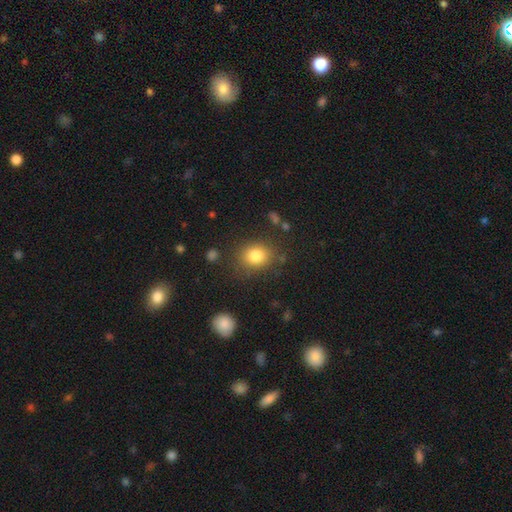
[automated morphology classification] type=smooth (82%); roundness=round (61%); merging=none (81%).